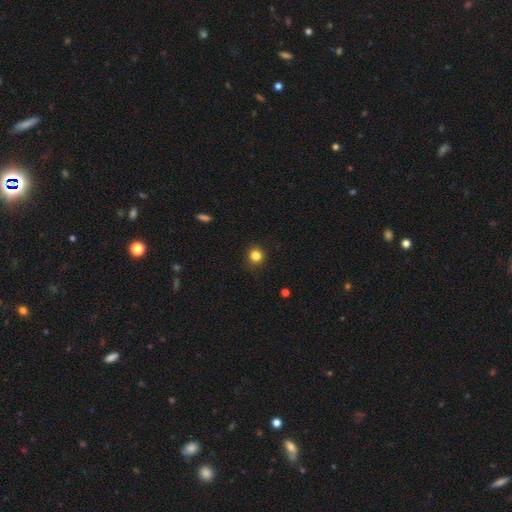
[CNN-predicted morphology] This appears to be a smooth galaxy with no disk features (84%) that is round (90%). Merging: none (88%).